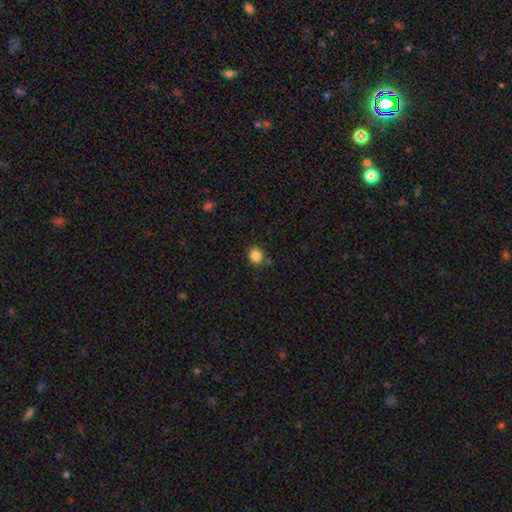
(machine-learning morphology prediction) A smooth galaxy with no disk features (85%) that is round (82%). Merging: none (78%).